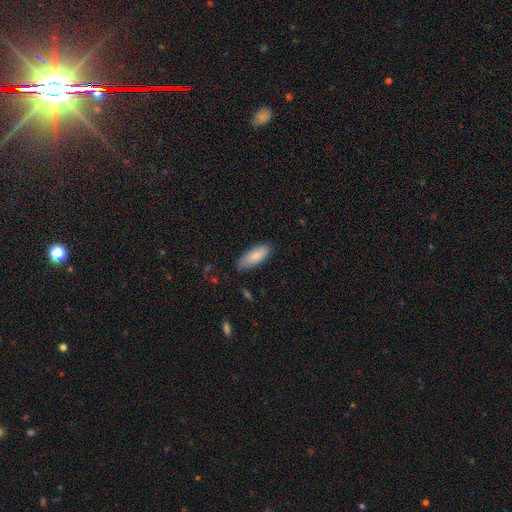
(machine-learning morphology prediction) Overall: smooth (82%). How rounded: in between (77%). Merging: none (82%).